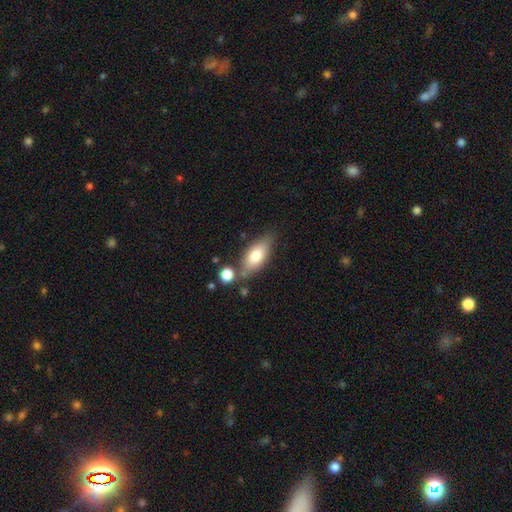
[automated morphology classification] Smooth or featured?
  - smooth: 74% *
  - featured or disk: 19%
  - star or artifact: 6%
How rounded?
  - in between: 80% *
  - cigar-shaped: 17%
  - round: 3%
Merging?
  - none: 66% *
  - minor disturbance: 18%
  - merger: 11%
  - major disturbance: 5%